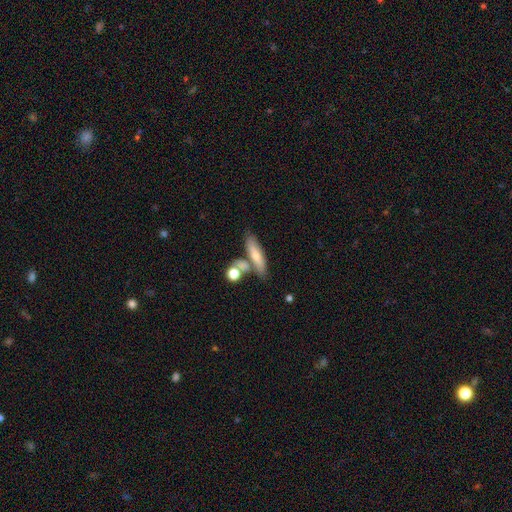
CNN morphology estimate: Smooth or featured? Predicted: smooth (p=0.60). How rounded? Predicted: cigar-shaped (p=0.62). Merging? Predicted: none (p=0.58).